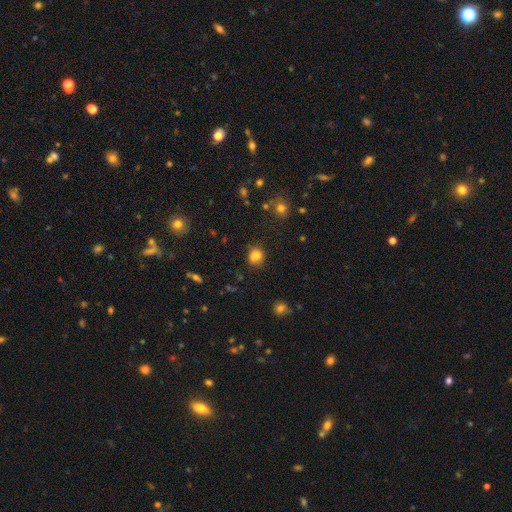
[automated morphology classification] Smooth or featured? Predicted: smooth (p=0.78). How rounded? Predicted: round (p=0.61). Merging? Predicted: none (p=0.56).